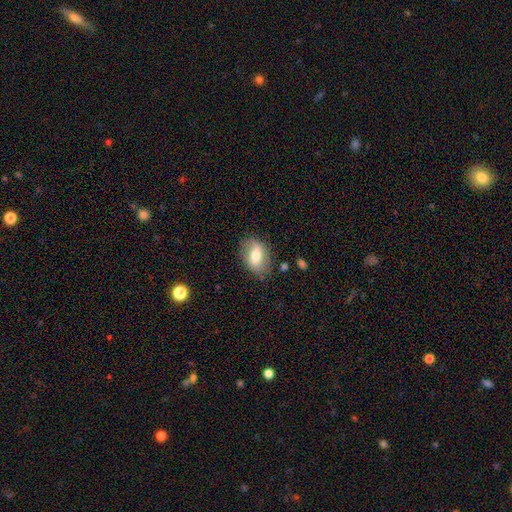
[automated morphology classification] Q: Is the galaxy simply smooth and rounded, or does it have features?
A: smooth — 58%.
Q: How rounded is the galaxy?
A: in between — 77%.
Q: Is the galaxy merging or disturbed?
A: none — 74%.